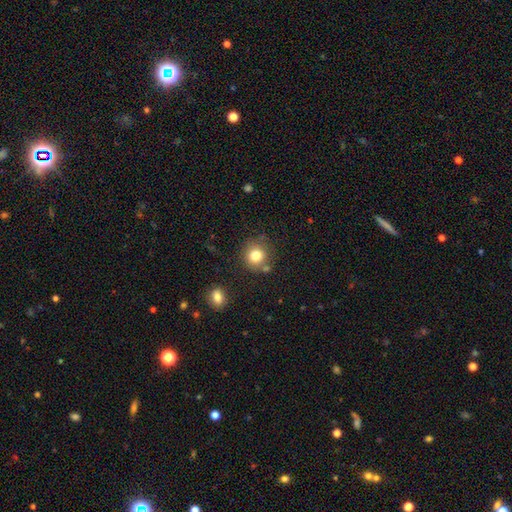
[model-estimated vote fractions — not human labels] Overall: smooth (80%). How rounded: round (90%). Merging: none (77%).